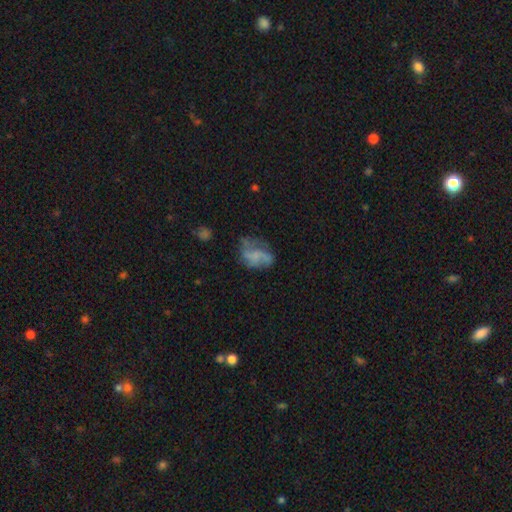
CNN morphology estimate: The model was most divided on "merging": none: 44%, major disturbance: 28%, minor disturbance: 24%, merger: 4%. More confident: edge-on disk — no (98%); bar — no (75%); bulge size — none (74%); spiral arms — yes (62%); smooth or featured — featured or disk (54%).